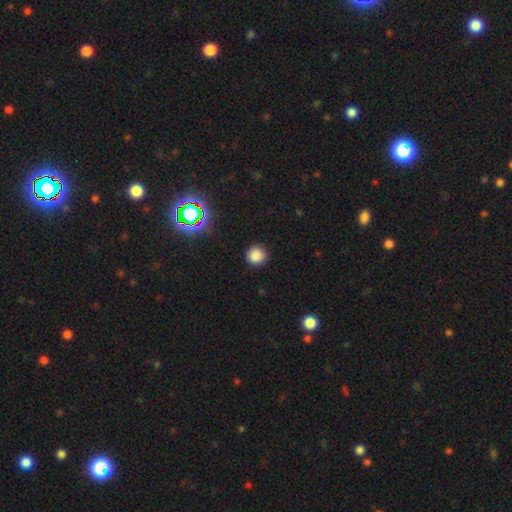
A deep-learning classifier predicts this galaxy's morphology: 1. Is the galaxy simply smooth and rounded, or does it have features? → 82% smooth, 14% star or artifact, 4% featured or disk.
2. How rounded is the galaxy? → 93% round, 6% in between, 1% cigar-shaped.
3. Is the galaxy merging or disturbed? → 89% none, 7% minor disturbance, 2% major disturbance, 1% merger.